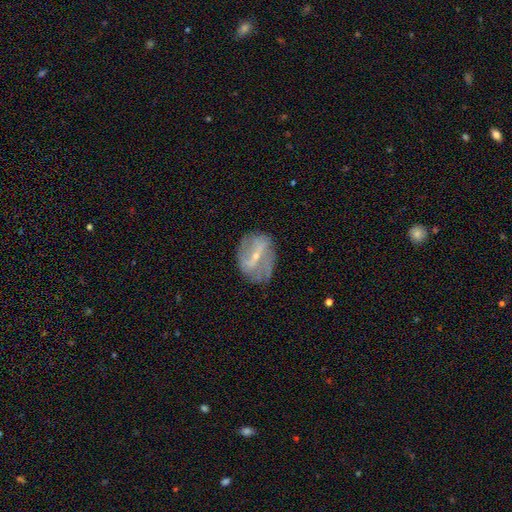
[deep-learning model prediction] Morphology: type=featured or disk (74%); edge-on=no (94%); bar=strong (50%); spiral arms=yes (70%); bulge=small (70%); merging=none (60%).